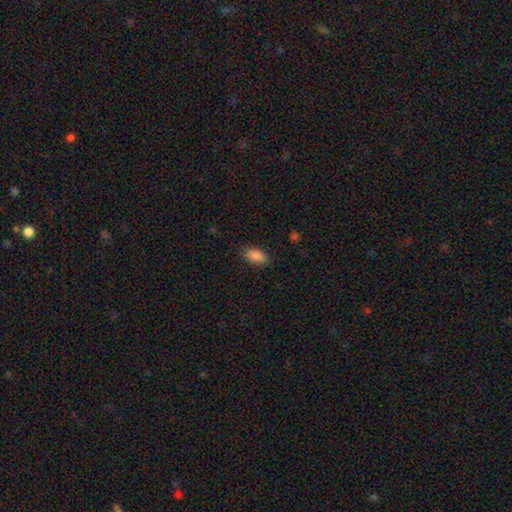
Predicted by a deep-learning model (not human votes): smooth-or-featured: smooth: 88% | star or artifact: 8% | featured or disk: 4%
  how-rounded: in between: 92% | round: 4% | cigar-shaped: 3%
  merging: none: 84% | minor disturbance: 12% | major disturbance: 3% | merger: 1%